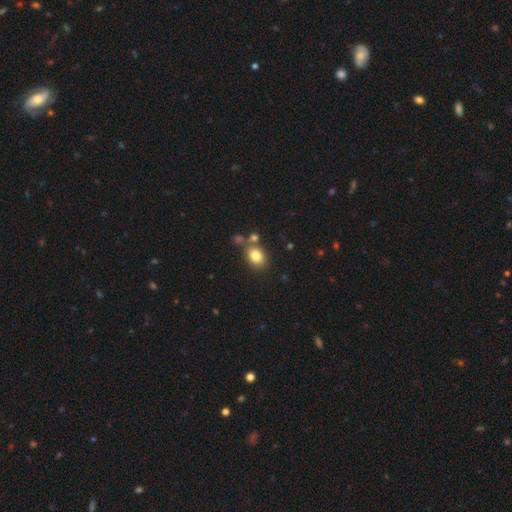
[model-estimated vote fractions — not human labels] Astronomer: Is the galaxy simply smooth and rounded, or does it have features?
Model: smooth — 80%.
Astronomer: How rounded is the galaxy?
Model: in between — 59% (runner-up: round, 40%).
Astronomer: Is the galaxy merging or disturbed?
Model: none — 65%.